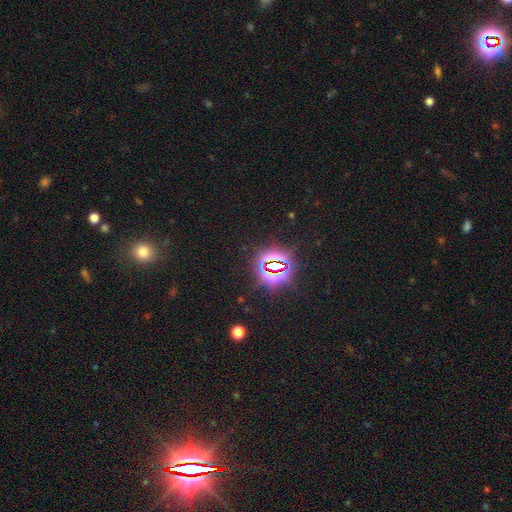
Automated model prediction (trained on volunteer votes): A star or artifact, not a galaxy (76%).